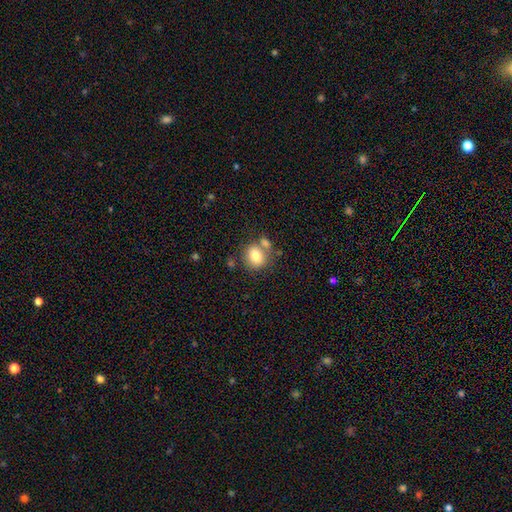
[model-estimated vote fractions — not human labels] Morphology: type=smooth (78%); roundness=round (60%); merging=none (58%).